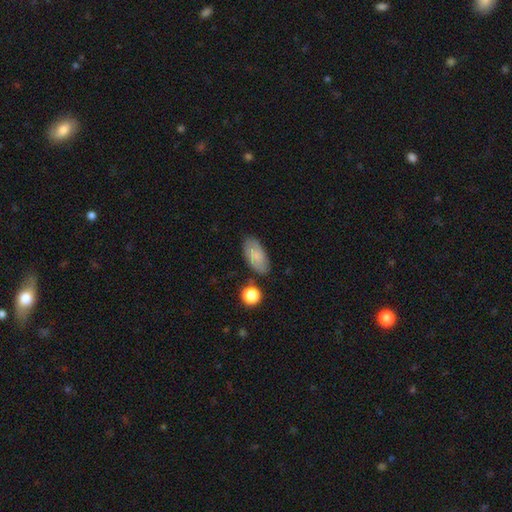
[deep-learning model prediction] smooth-or-featured: smooth: 78% | featured or disk: 15% | star or artifact: 7%
  how-rounded: in between: 92% | cigar-shaped: 5% | round: 3%
  merging: none: 78% | minor disturbance: 15% | merger: 4% | major disturbance: 4%